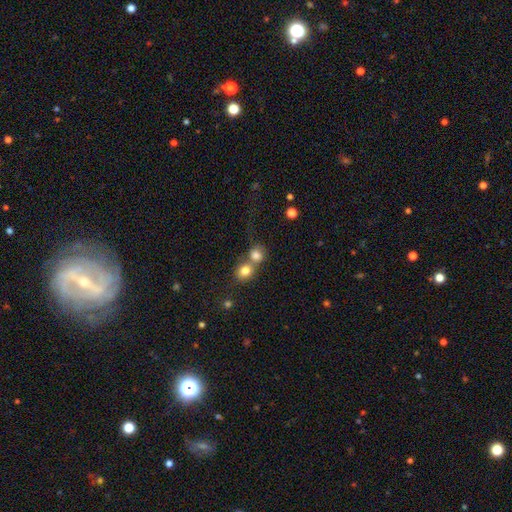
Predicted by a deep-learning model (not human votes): smooth-or-featured: smooth: 79% | star or artifact: 11% | featured or disk: 9%
  how-rounded: round: 75% | in between: 23% | cigar-shaped: 1%
  merging: merger: 55% | none: 35% | minor disturbance: 7% | major disturbance: 3%